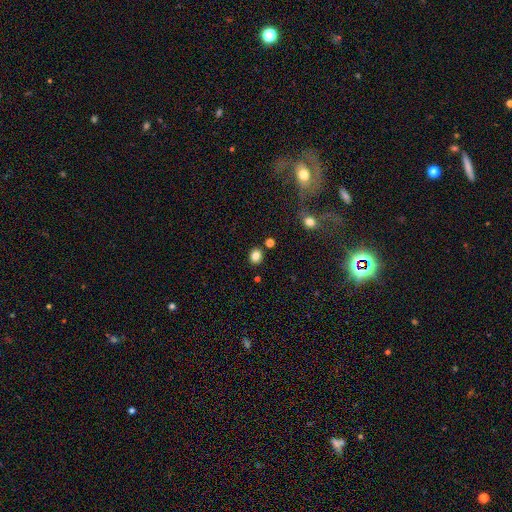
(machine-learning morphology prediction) Smooth or featured: smooth — 83% (star or artifact — 11%)
How rounded: round — 66% (in between — 33%)
Merging: none — 85% (minor disturbance — 8%)